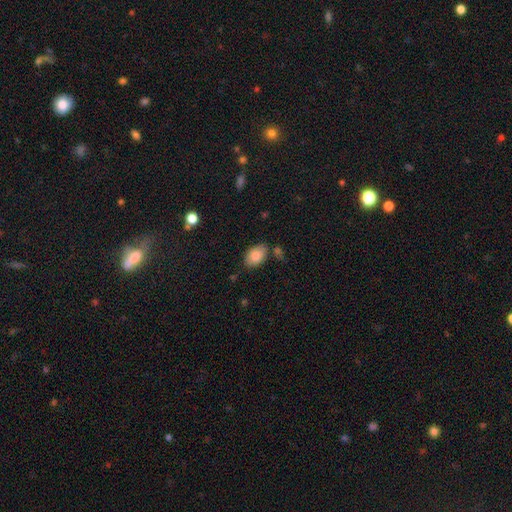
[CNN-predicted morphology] This is clearly a smooth galaxy (84%). How rounded: clearly in between (87%). Merging: likely none (71%).